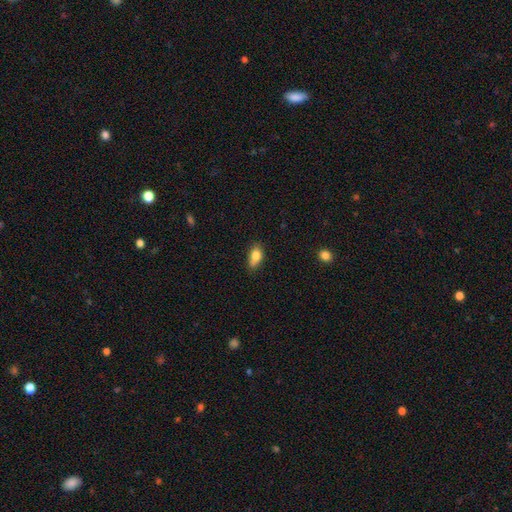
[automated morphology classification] smooth 78%, featured or disk 13%, star or artifact 9%. Down the decision tree: how rounded — in between (78%); merging — none (49%).